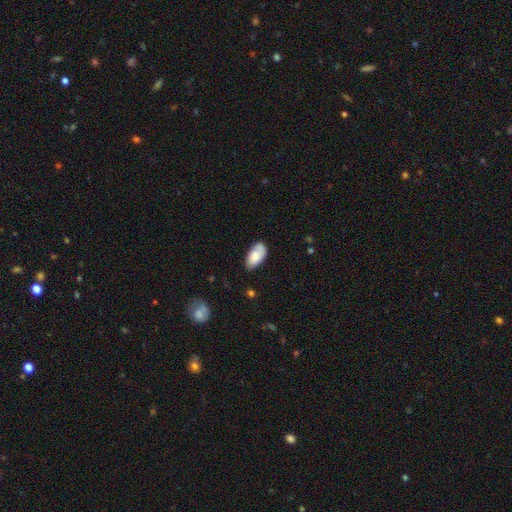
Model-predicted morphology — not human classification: This appears to be a smooth galaxy with no disk features (77%) that is in between round and cigar-shaped (94%). Merging: none (64%).